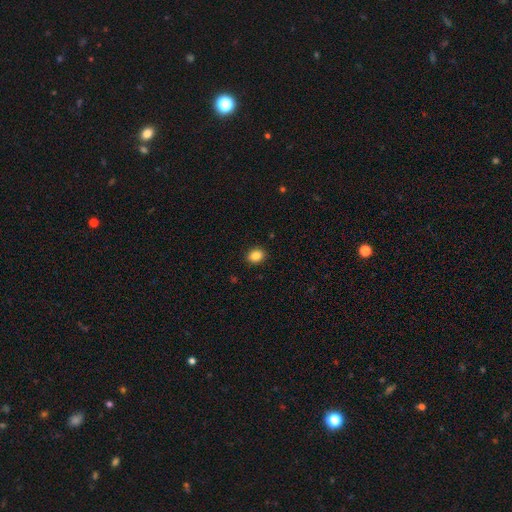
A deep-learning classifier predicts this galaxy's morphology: This is clearly a smooth galaxy (87%). How rounded: possibly in between (58%). Merging: clearly none (90%).